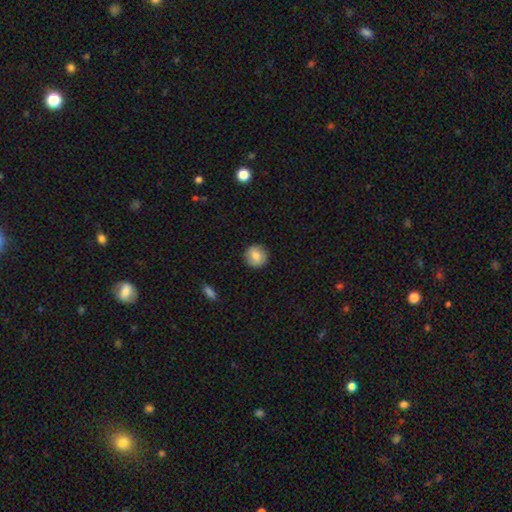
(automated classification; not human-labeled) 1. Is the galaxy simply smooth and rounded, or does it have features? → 80% smooth, 12% featured or disk, 8% star or artifact.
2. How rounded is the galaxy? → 93% round, 6% in between, 1% cigar-shaped.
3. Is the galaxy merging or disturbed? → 90% none, 7% minor disturbance, 2% major disturbance, 1% merger.